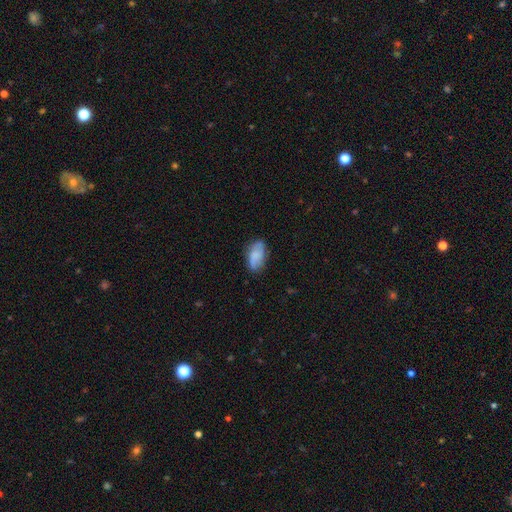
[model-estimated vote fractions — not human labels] This appears to be a smooth galaxy with no disk features (68%) that is in between round and cigar-shaped (91%). Merging: none (67%).